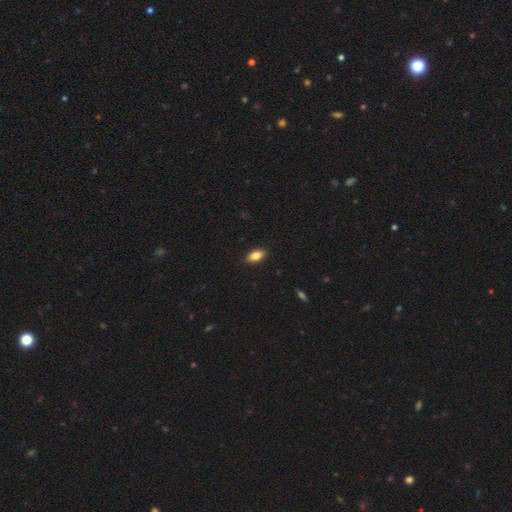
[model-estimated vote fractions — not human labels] The model was most divided on "smooth or featured": smooth: 81%, featured or disk: 12%, star or artifact: 8%. More confident: merging — none (90%); how rounded — in between (89%).